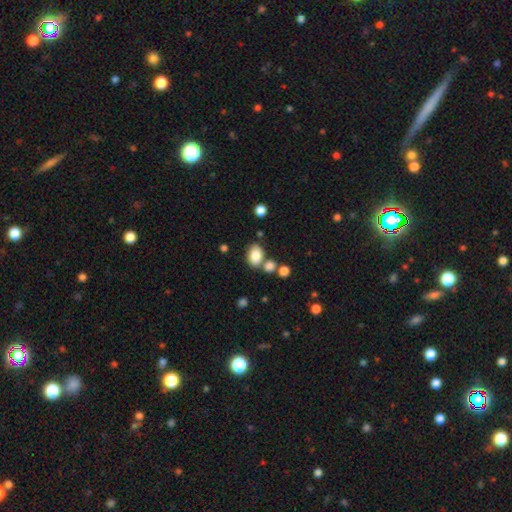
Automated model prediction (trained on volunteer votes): Morphology: type=smooth (83%); roundness=in between (78%); merging=none (62%).